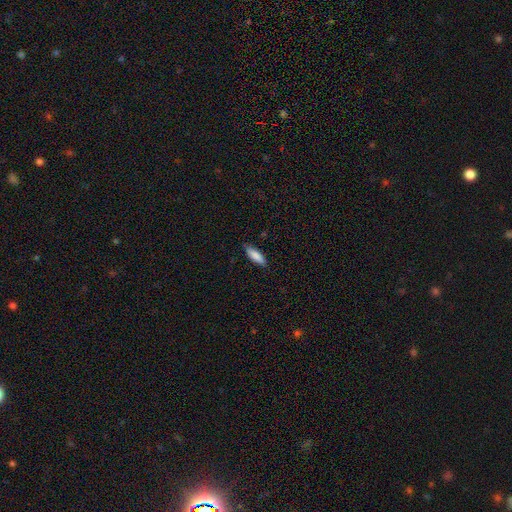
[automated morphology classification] Smooth or featured? smooth (86%)
How rounded? in between (53%)
Merging? none (84%)